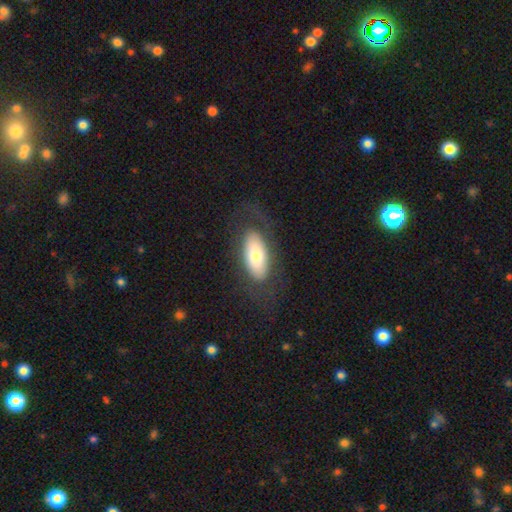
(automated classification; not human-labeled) Smooth or featured? Predicted: smooth (p=0.64). How rounded? Predicted: in between (p=0.89). Merging? Predicted: none (p=0.70).